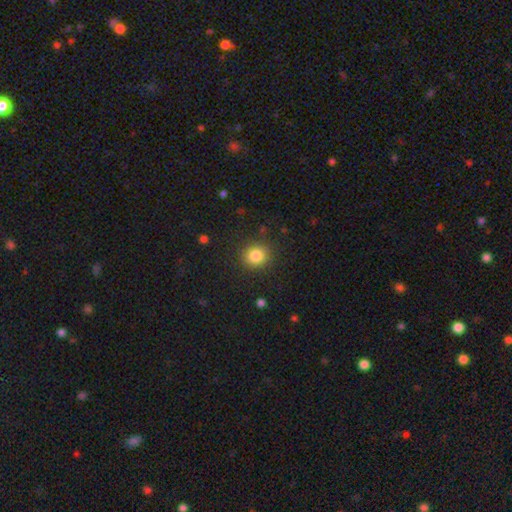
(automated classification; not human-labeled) A smooth galaxy with no disk features (84%) that is round (85%). Merging: none (88%).